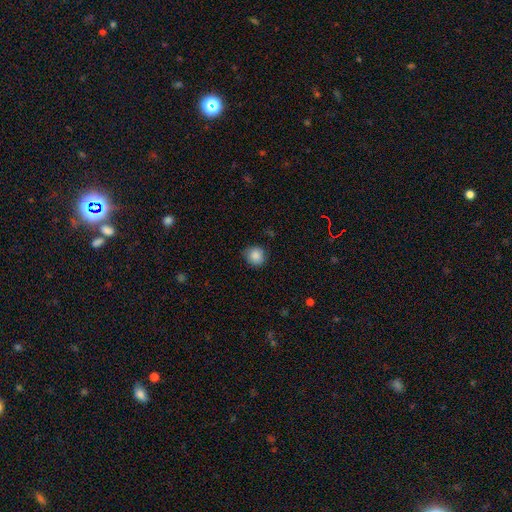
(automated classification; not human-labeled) Overall: smooth (87%). How rounded: round (85%). Merging: none (81%).